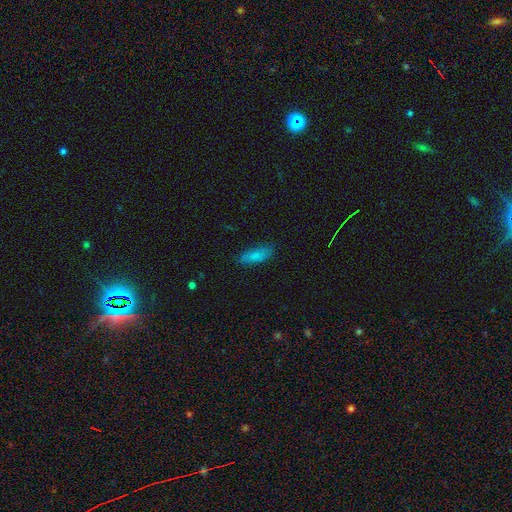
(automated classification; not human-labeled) Smooth or featured: smooth — 82% (featured or disk — 10%)
How rounded: in between — 64% (cigar-shaped — 34%)
Merging: none — 79% (minor disturbance — 16%)